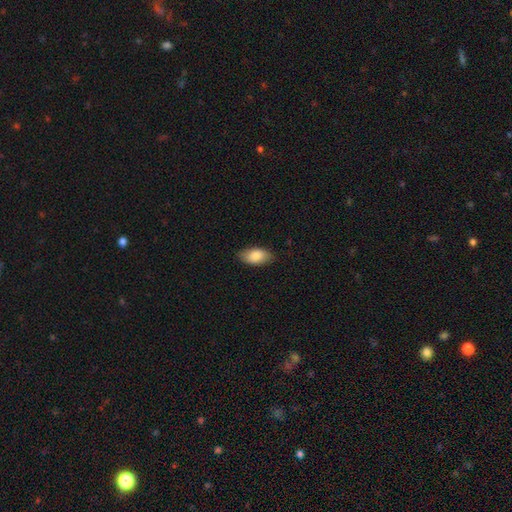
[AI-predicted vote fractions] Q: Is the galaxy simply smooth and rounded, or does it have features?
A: smooth — 87%.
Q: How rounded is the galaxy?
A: in between — 93%.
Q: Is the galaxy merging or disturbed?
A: none — 84%.